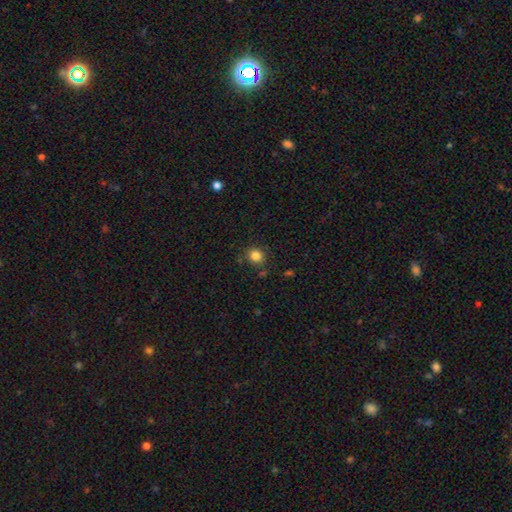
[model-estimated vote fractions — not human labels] Morphology: type=smooth (83%); roundness=round (82%); merging=none (82%).